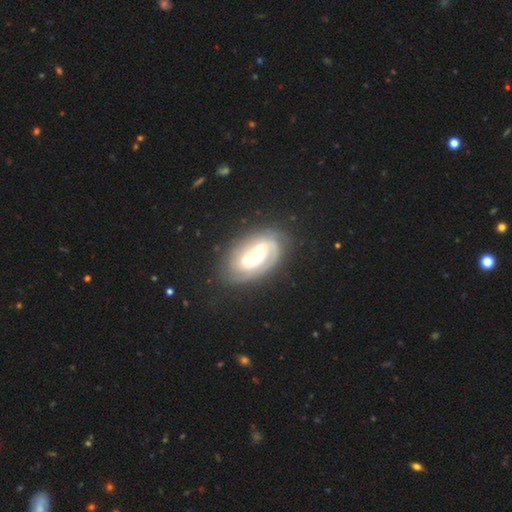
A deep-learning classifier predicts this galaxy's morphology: Smooth or featured: featured or disk — 85% (smooth — 10%)
Edge-on disk: no — 97% (yes — 3%)
Bar: no — 44% (weak — 37%)
Spiral arms: yes — 95% (no — 5%)
Spiral winding: tight — 50% (medium — 38%)
Spiral arm count: 2 — 69% (can't tell — 12%)
Bulge size: moderate — 62% (small — 21%)
Merging: none — 73% (minor disturbance — 17%)